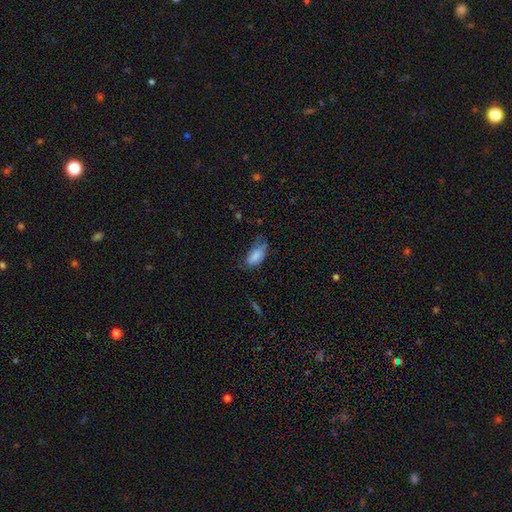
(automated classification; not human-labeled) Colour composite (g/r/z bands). It shows a smooth galaxy with no disk features (81%) that is in between round and cigar-shaped (92%). Merging: minor disturbance (39%).